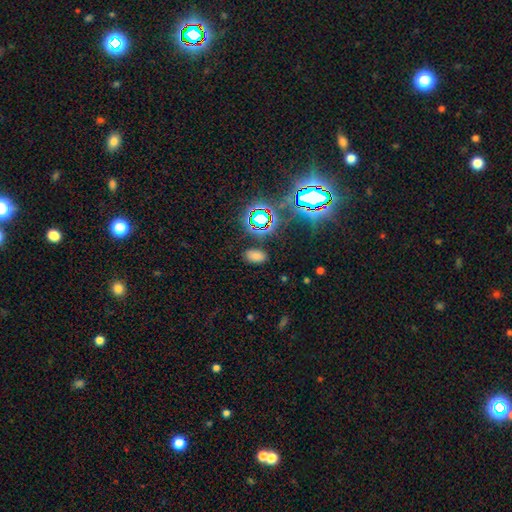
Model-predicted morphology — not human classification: smooth_or_featured: smooth (p=0.66) [alt: star or artifact p=0.28]
how_rounded: in between (p=0.91) [alt: round p=0.06]
merging: none (p=0.85) [alt: minor disturbance p=0.09]